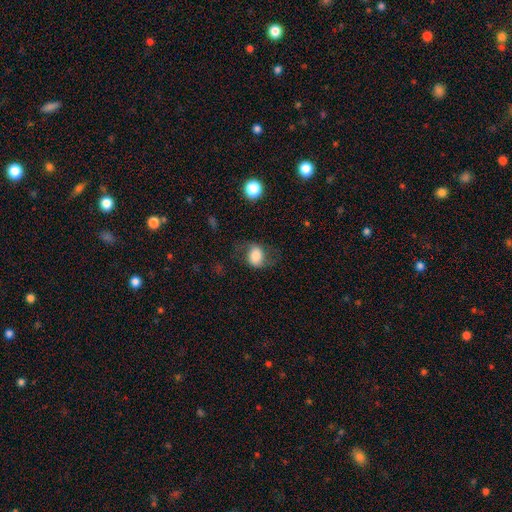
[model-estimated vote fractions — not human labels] This appears to be a smooth galaxy with no disk features (61%) that is in between round and cigar-shaped (54%). Merging: none (57%).